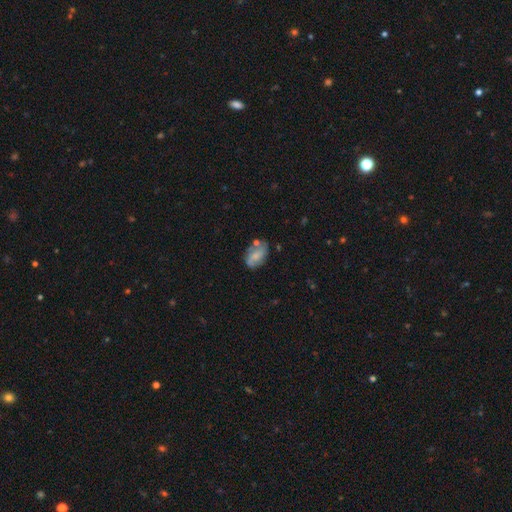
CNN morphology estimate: This appears to be a smooth galaxy with no disk features (53%) that is in between round and cigar-shaped (89%). Merging: none (54%).